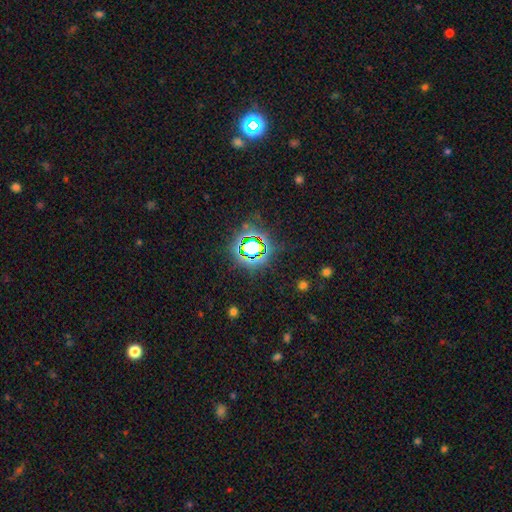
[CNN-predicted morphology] A star or artifact, not a galaxy (72%).